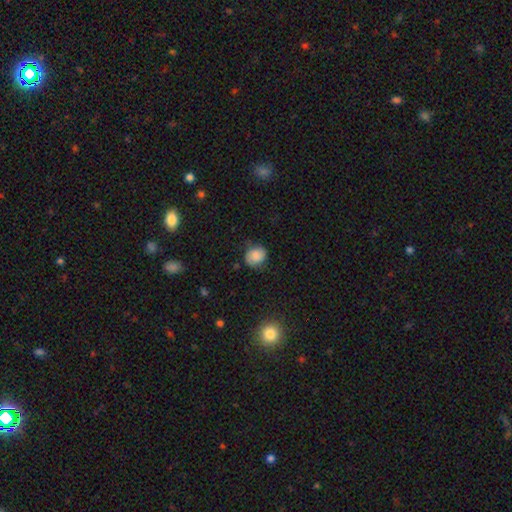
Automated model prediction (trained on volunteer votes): A smooth galaxy with no disk features (69%) that is round (65%).

Vote fractions:
- Smooth or featured? smooth: 69% / featured or disk: 21% / star or artifact: 10%
- How rounded? round: 65% / in between: 34% / cigar-shaped: 1%
- Merging? none: 71% / minor disturbance: 21% / major disturbance: 6% / merger: 1%